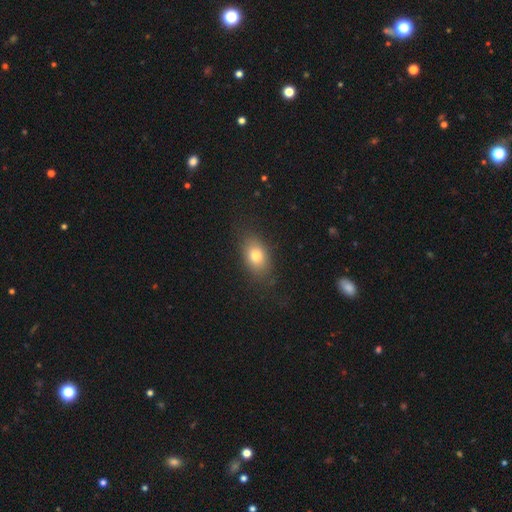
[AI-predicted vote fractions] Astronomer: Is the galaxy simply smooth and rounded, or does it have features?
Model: smooth — 77%.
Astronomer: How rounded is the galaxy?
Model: in between — 79%.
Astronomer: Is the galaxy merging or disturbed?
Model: none — 80%.